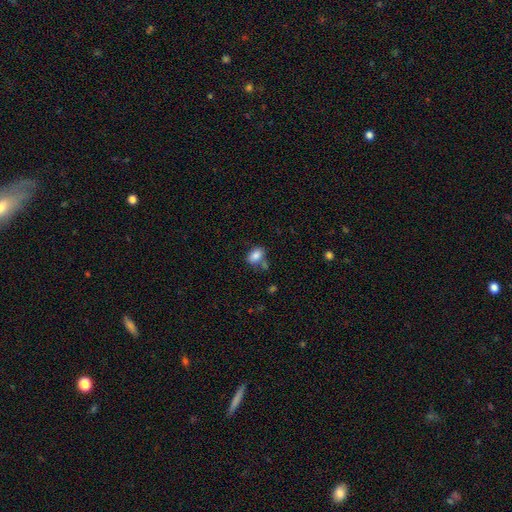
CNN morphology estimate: Smooth or featured? smooth (85%)
How rounded? in between (85%)
Merging? none (58%)